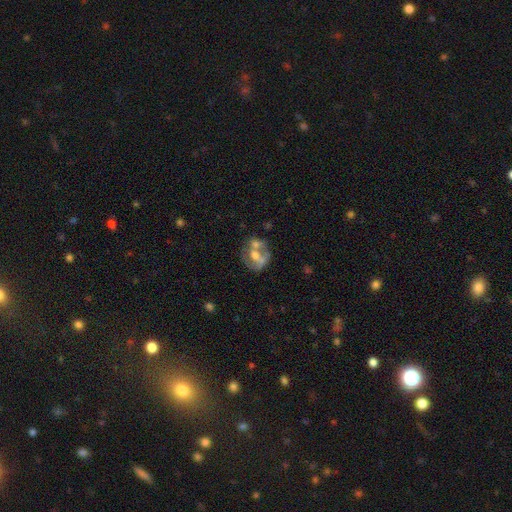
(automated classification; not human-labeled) featured or disk 56%, smooth 35%, star or artifact 9%. Down the decision tree: edge-on disk — no (96%); bar — no (70%); spiral arms — no (80%); bulge size — moderate (62%); merging — merger (36%, tied with none).